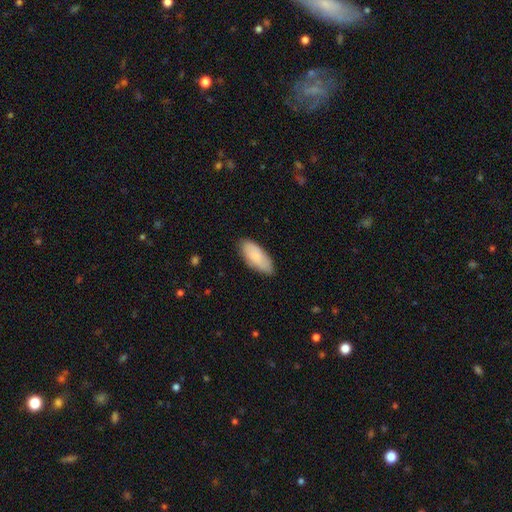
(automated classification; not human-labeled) The model was most divided on "merging": none: 82%, minor disturbance: 15%, major disturbance: 2%, merger: 1%. More confident: how rounded — in between (84%); smooth or featured — smooth (82%).